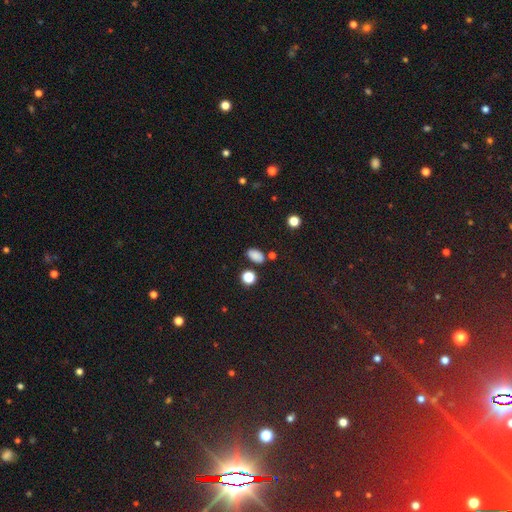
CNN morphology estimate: smooth 81%, star or artifact 14%, featured or disk 5%. Down the decision tree: how rounded — in between (88%); merging — none (78%).